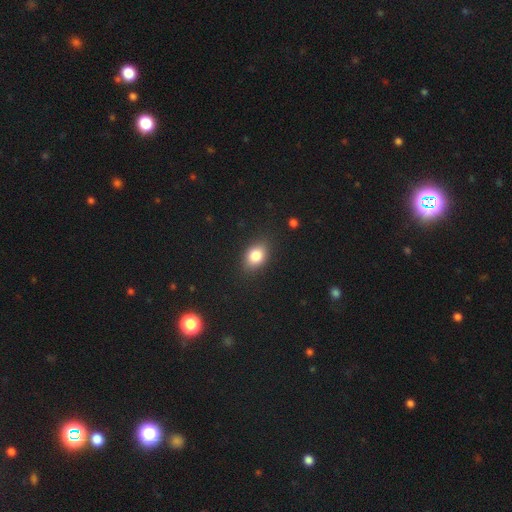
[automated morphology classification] The model was most divided on "how rounded": in between: 74%, round: 25%, cigar-shaped: 2%. More confident: merging — none (85%); smooth or featured — smooth (82%).